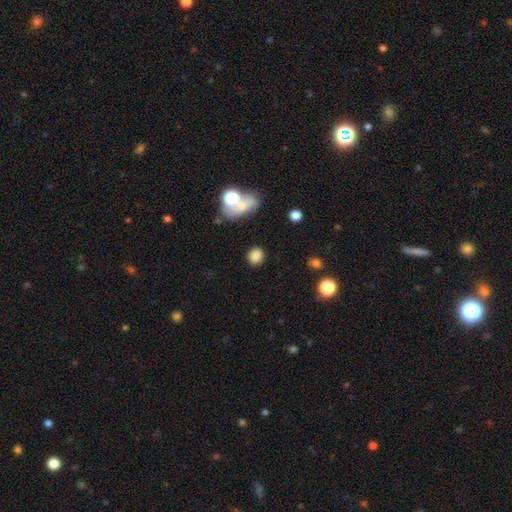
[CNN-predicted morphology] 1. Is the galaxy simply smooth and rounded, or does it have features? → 83% smooth, 12% star or artifact, 5% featured or disk.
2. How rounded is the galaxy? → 82% round, 16% in between, 1% cigar-shaped.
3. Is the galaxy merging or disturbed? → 84% none, 8% minor disturbance, 4% merger, 4% major disturbance.